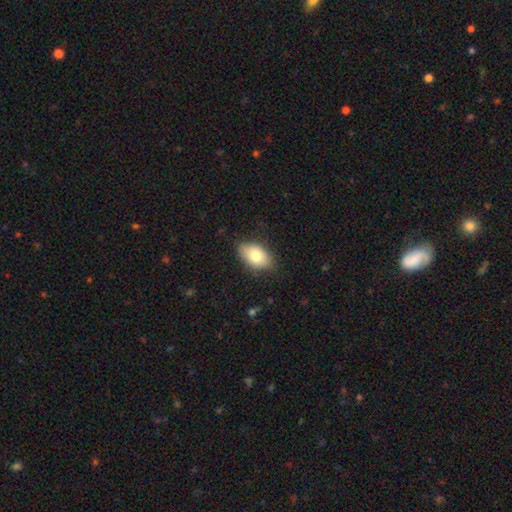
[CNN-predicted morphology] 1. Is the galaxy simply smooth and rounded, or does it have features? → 79% smooth, 14% featured or disk, 7% star or artifact.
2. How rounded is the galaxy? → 92% in between, 6% round, 2% cigar-shaped.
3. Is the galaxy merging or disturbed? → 81% none, 15% minor disturbance, 3% major disturbance, 1% merger.